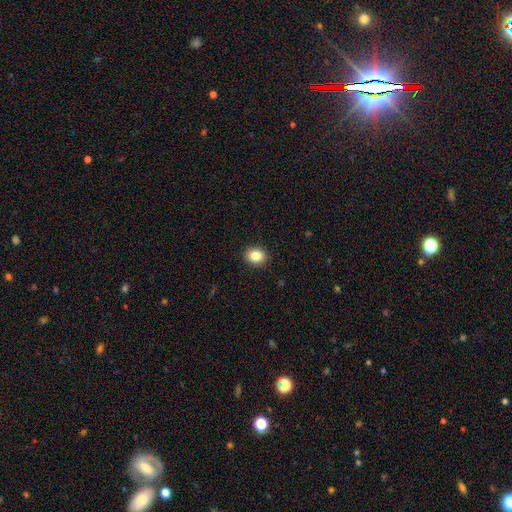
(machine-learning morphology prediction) The model was most divided on "how rounded": round: 59%, in between: 41%, cigar-shaped: 1%. More confident: merging — none (91%); smooth or featured — smooth (84%).